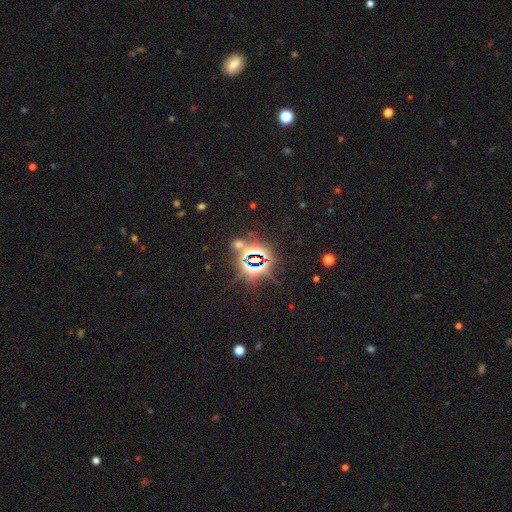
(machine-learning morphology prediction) smooth_or_featured: star or artifact (p=0.84) [alt: smooth p=0.08]